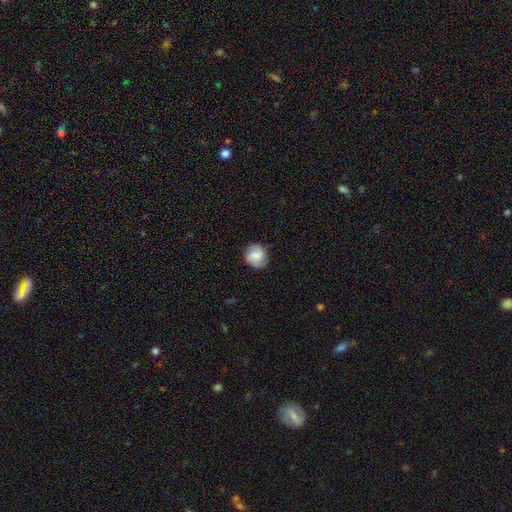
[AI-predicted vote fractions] Smooth or featured?
  - smooth: 57% *
  - featured or disk: 35%
  - star or artifact: 8%
How rounded?
  - round: 79% *
  - in between: 20%
  - cigar-shaped: 1%
Merging?
  - none: 78% *
  - minor disturbance: 16%
  - major disturbance: 5%
  - merger: 1%